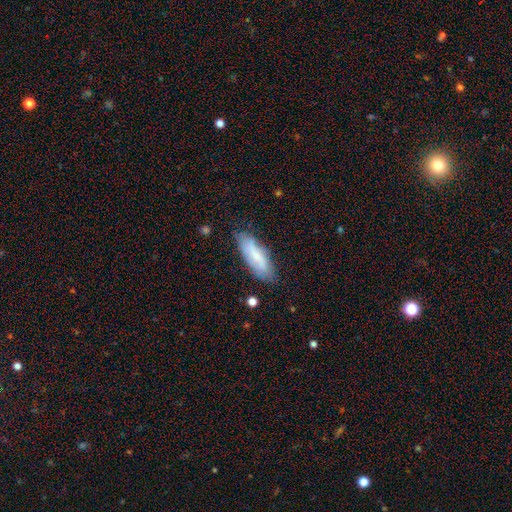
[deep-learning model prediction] smooth 59%, featured or disk 34%, star or artifact 7%. Down the decision tree: how rounded — in between (62%); merging — none (73%).